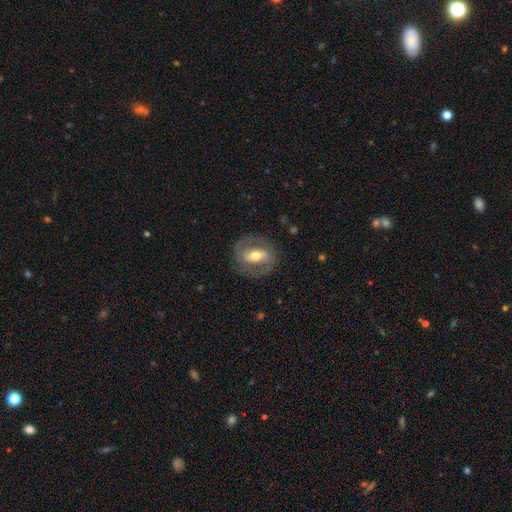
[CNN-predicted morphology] This is likely a featured or disk galaxy (70%). It is clearly not viewed edge-on (94%). Bar: marginally strong (44%). Spiral arm pattern: likely yes (67%). Central bulge: likely moderate (68%). Merging: likely none (80%).